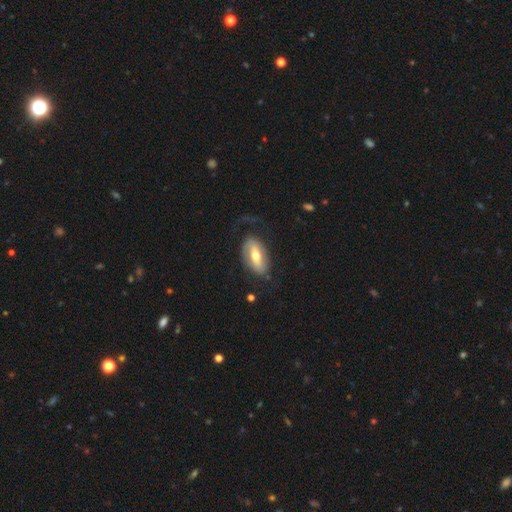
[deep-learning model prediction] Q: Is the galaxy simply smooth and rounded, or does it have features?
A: featured or disk — 58%.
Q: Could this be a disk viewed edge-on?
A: no — 86%.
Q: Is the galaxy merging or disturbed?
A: none — 54%.